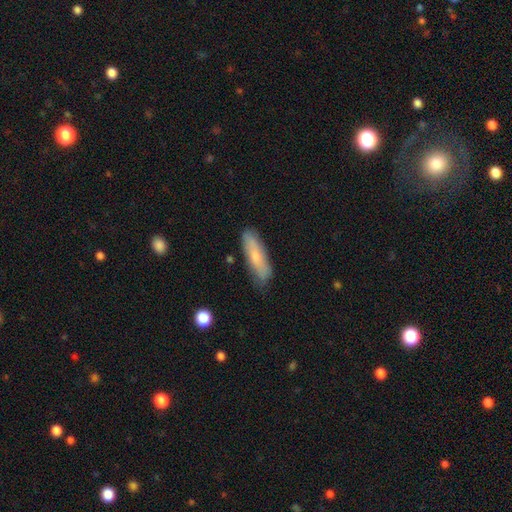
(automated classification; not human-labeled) Smooth or featured?
  - smooth: 68% *
  - featured or disk: 26%
  - star or artifact: 6%
How rounded?
  - cigar-shaped: 63% *
  - in between: 35%
  - round: 2%
Merging?
  - none: 78% *
  - minor disturbance: 17%
  - major disturbance: 3%
  - merger: 2%